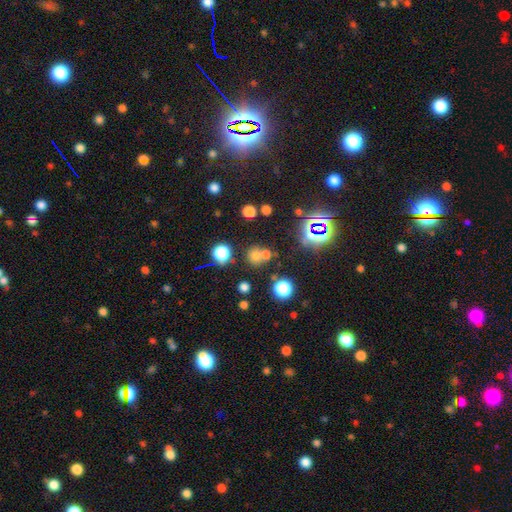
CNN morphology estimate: Smooth or featured? smooth (60%)
How rounded? round (84%)
Merging? none (55%)